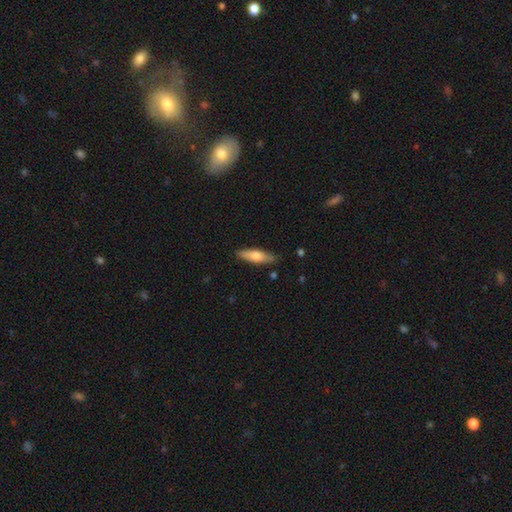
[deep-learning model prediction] smooth 66%, featured or disk 29%, star or artifact 6%. Down the decision tree: how rounded — cigar-shaped (60%); merging — none (84%).